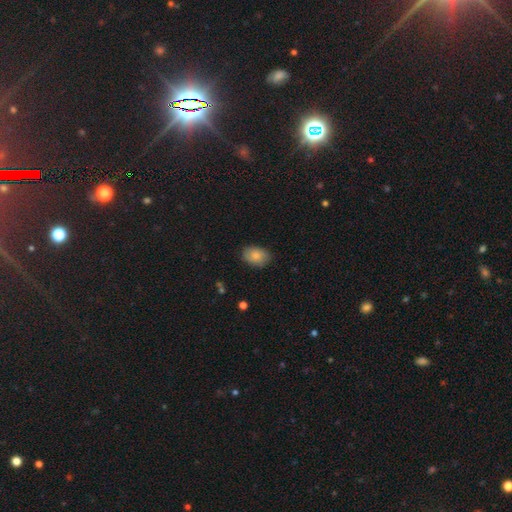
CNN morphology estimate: type=smooth (85%); roundness=in between (81%); merging=none (81%).